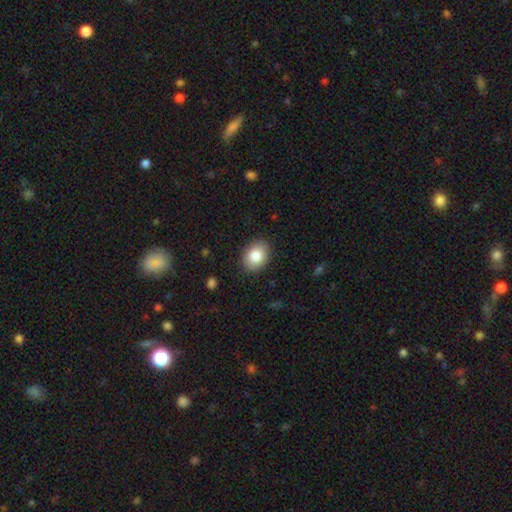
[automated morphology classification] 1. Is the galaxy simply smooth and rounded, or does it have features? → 85% smooth, 7% featured or disk, 7% star or artifact.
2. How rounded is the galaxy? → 69% in between, 30% round, 1% cigar-shaped.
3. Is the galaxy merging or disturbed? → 88% none, 9% minor disturbance, 2% major disturbance, 1% merger.